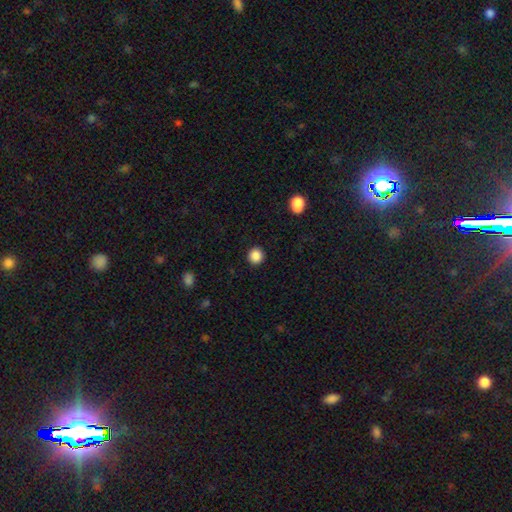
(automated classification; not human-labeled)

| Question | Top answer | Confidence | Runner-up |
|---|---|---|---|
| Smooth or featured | smooth | 88% | star or artifact (10%) |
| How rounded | round | 94% | in between (5%) |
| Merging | none | 93% | minor disturbance (4%) |